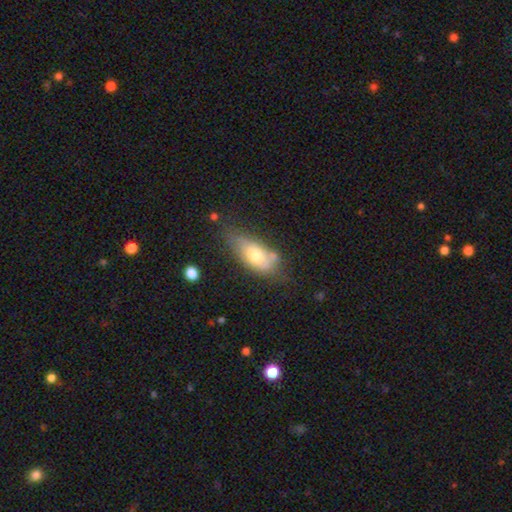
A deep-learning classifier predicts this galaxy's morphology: A smooth galaxy with no disk features (63%) that is in between round and cigar-shaped (86%).

Vote fractions:
- Smooth or featured? smooth: 63% / featured or disk: 29% / star or artifact: 8%
- How rounded? in between: 86% / cigar-shaped: 9% / round: 5%
- Merging? none: 45% / minor disturbance: 33% / major disturbance: 12% / merger: 10%